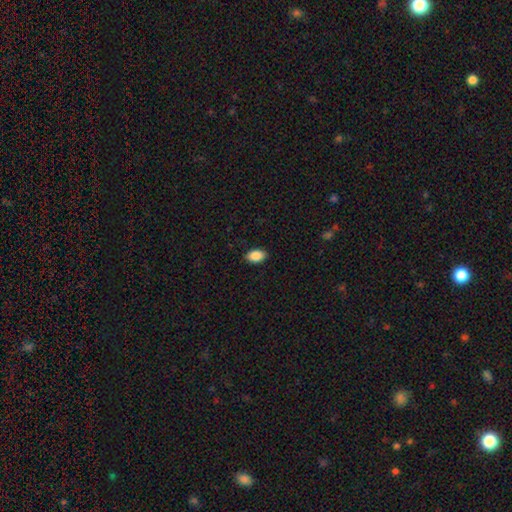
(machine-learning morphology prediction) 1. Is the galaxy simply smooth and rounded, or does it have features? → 89% smooth, 7% star or artifact, 4% featured or disk.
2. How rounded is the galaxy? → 91% in between, 8% round, 2% cigar-shaped.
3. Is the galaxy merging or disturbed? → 88% none, 9% minor disturbance, 2% major disturbance, 1% merger.